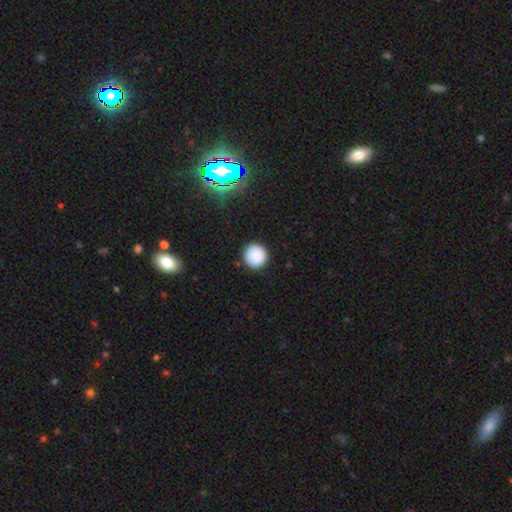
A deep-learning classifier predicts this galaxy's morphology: This is clearly a smooth galaxy (87%). How rounded: clearly round (95%). Merging: clearly none (89%).